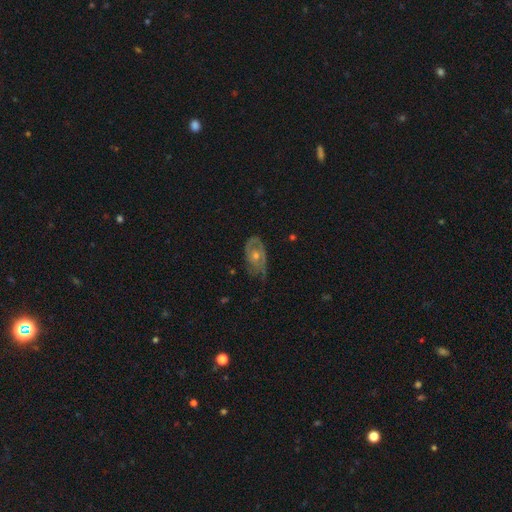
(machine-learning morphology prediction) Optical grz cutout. It shows a featured or disk galaxy (73%) with no bar (79%), 2 (46%) tight (52%) spiral arms (79%) and a moderate central bulge (55%). Merging: none (64%).